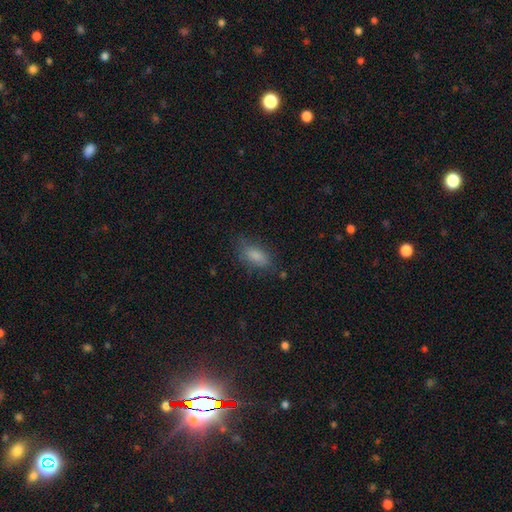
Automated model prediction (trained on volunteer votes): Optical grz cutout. It shows a smooth galaxy with no disk features (83%) that is in between round and cigar-shaped (86%). Merging: none (71%).